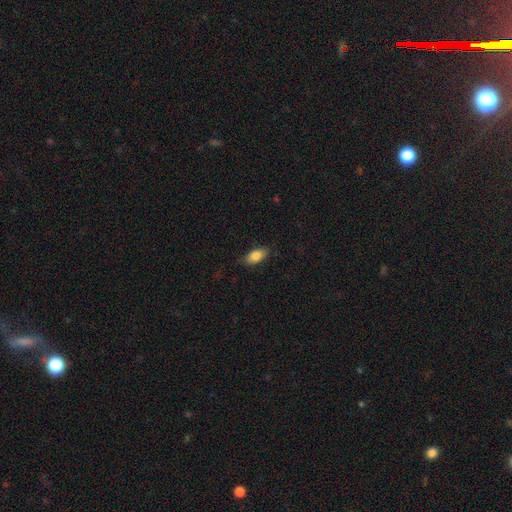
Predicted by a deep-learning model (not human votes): This appears to be a smooth galaxy with no disk features (84%) that is in between round and cigar-shaped (89%). Merging: none (83%).